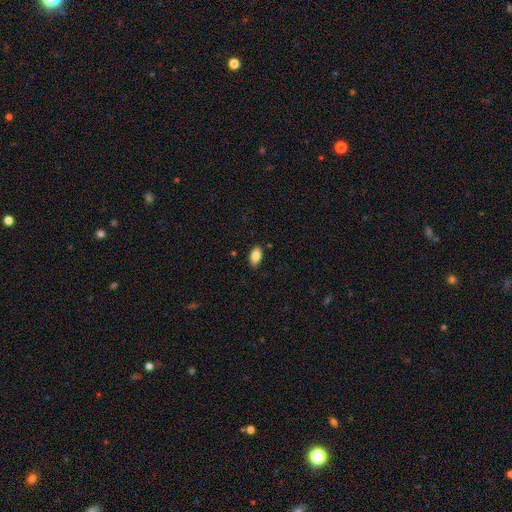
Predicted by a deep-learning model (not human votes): Smooth or featured? Predicted: smooth (p=0.84). How rounded? Predicted: in between (p=0.93). Merging? Predicted: none (p=0.87).